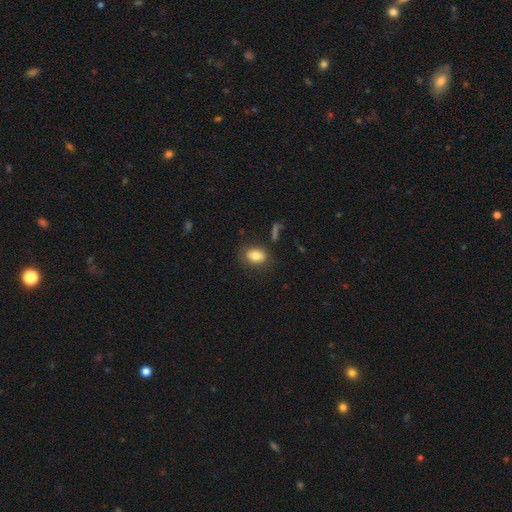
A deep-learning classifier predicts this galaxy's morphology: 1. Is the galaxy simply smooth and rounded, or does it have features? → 79% smooth, 12% featured or disk, 9% star or artifact.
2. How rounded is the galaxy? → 78% in between, 20% round, 2% cigar-shaped.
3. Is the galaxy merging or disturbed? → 75% none, 16% minor disturbance, 5% major disturbance, 4% merger.